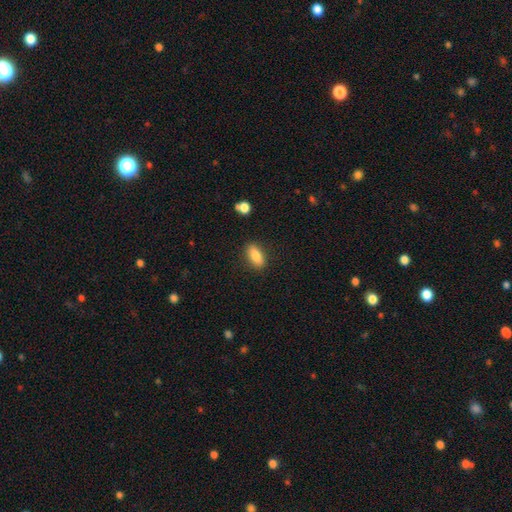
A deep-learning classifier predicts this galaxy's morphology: smooth-or-featured: smooth: 83% | featured or disk: 9% | star or artifact: 8%
  how-rounded: in between: 80% | cigar-shaped: 16% | round: 4%
  merging: none: 86% | minor disturbance: 10% | major disturbance: 3% | merger: 2%